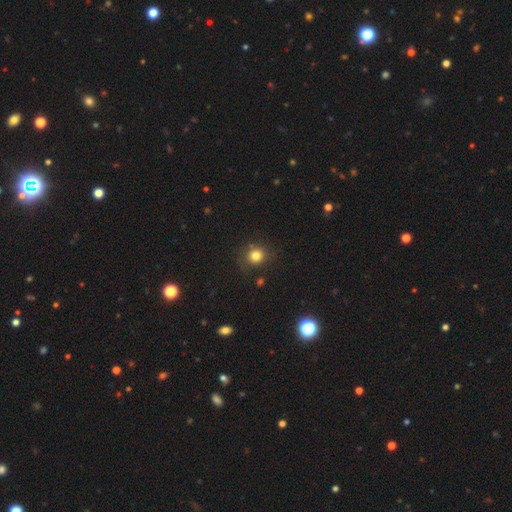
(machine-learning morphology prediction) Overall: smooth (81%). How rounded: round (84%). Merging: none (81%).